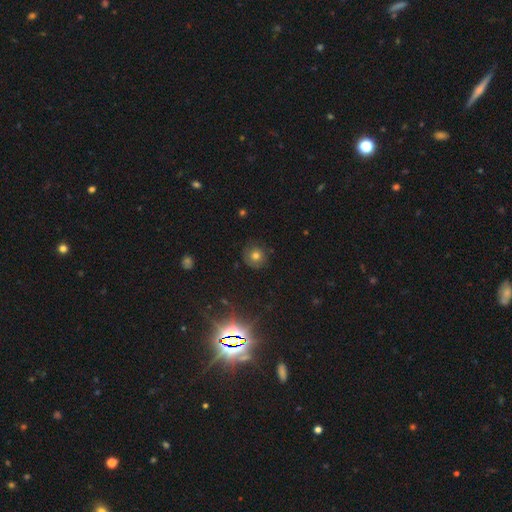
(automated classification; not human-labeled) smooth_or_featured: smooth (p=0.63) [alt: star or artifact p=0.20]
how_rounded: round (p=0.91) [alt: in between p=0.08]
merging: none (p=0.81) [alt: minor disturbance p=0.13]